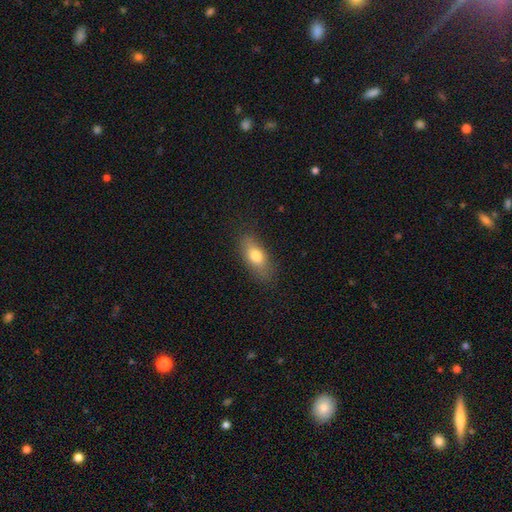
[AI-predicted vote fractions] Smooth or featured?
  - smooth: 75% *
  - featured or disk: 17%
  - star or artifact: 8%
How rounded?
  - in between: 79% *
  - cigar-shaped: 16%
  - round: 5%
Merging?
  - none: 81% *
  - minor disturbance: 14%
  - major disturbance: 4%
  - merger: 1%